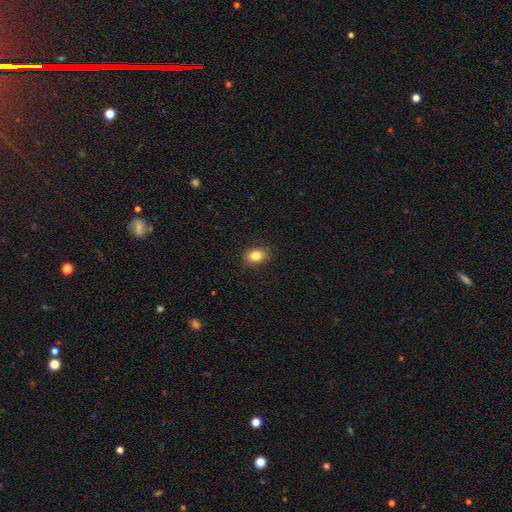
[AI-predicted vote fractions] smooth_or_featured: smooth (p=0.83) [alt: star or artifact p=0.10]
how_rounded: in between (p=0.70) [alt: round p=0.29]
merging: none (p=0.89) [alt: minor disturbance p=0.08]